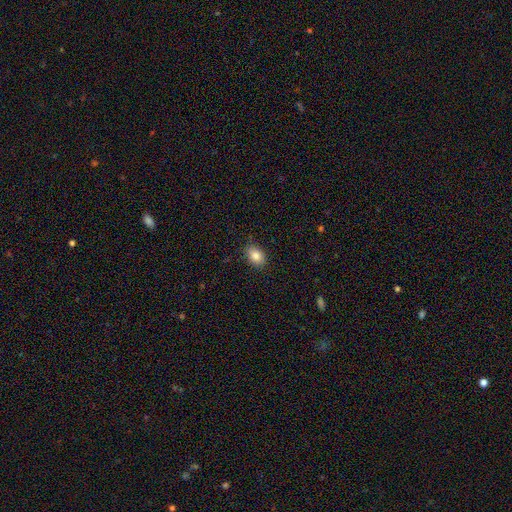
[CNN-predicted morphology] A smooth galaxy with no disk features (84%) that is in between round and cigar-shaped (78%).

Vote fractions:
- Smooth or featured? smooth: 84% / star or artifact: 9% / featured or disk: 7%
- How rounded? in between: 78% / round: 20% / cigar-shaped: 1%
- Merging? none: 85% / minor disturbance: 11% / major disturbance: 2% / merger: 1%